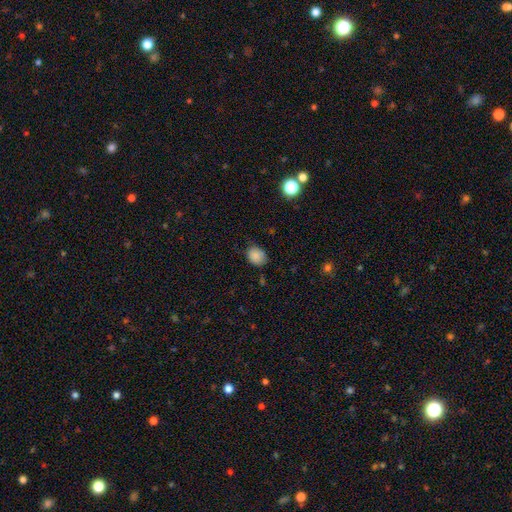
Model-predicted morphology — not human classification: Smooth or featured?
  - smooth: 86% *
  - star or artifact: 9%
  - featured or disk: 5%
How rounded?
  - in between: 51% *
  - round: 48%
  - cigar-shaped: 1%
Merging?
  - none: 70% *
  - minor disturbance: 24%
  - major disturbance: 4%
  - merger: 1%